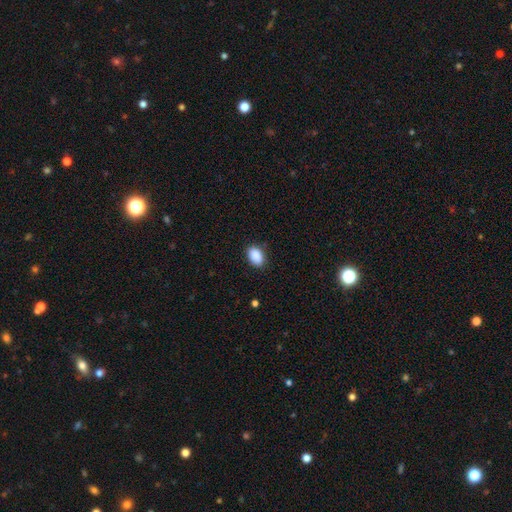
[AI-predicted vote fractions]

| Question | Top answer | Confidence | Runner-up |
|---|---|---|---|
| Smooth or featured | smooth | 90% | star or artifact (7%) |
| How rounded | in between | 88% | round (11%) |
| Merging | none | 85% | minor disturbance (12%) |